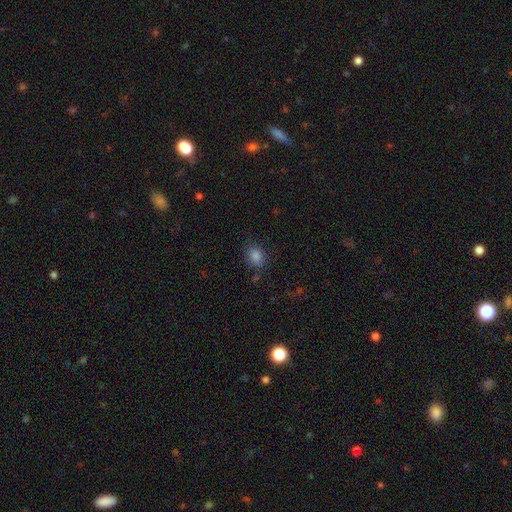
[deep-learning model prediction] Smooth or featured? Predicted: smooth (p=0.81). How rounded? Predicted: in between (p=0.51). Merging? Predicted: none (p=0.79).